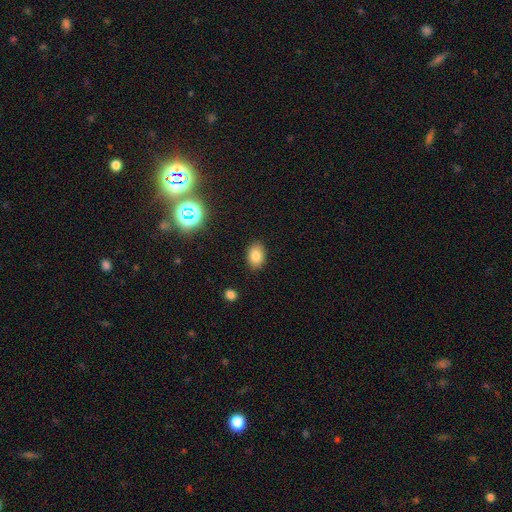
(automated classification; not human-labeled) smooth 82%, star or artifact 11%, featured or disk 7%. Down the decision tree: how rounded — in between (80%); merging — none (87%).